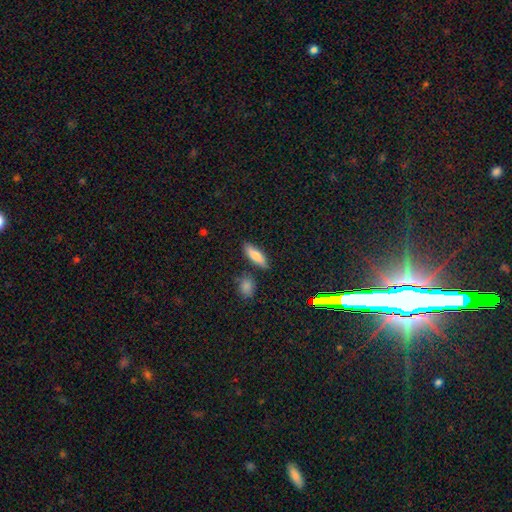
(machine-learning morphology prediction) The model was most divided on "how rounded": in between: 54%, cigar-shaped: 43%, round: 3%. More confident: smooth or featured — smooth (81%); merging — none (80%).